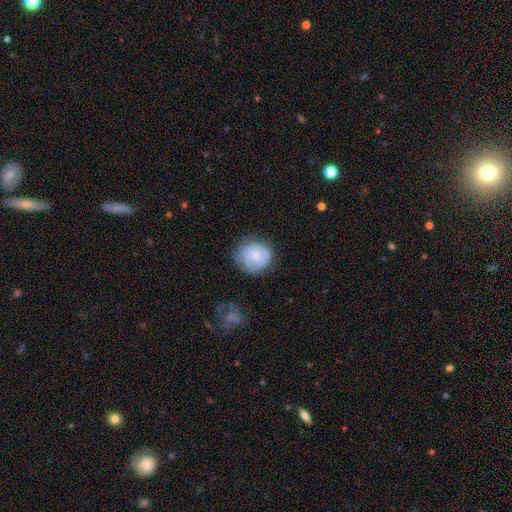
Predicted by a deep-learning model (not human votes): The model was most divided on "smooth or featured": smooth: 62%, featured or disk: 30%, star or artifact: 8%. More confident: how rounded — round (81%); merging — none (66%).